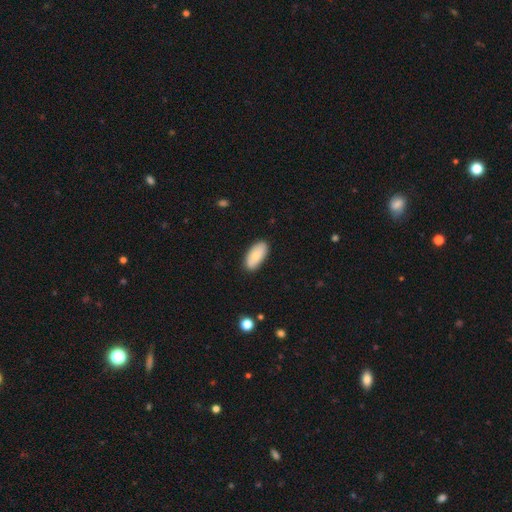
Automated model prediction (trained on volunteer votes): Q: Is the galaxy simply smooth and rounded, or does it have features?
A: smooth — 76%.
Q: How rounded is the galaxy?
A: in between — 92%.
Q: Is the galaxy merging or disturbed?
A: none — 86%.